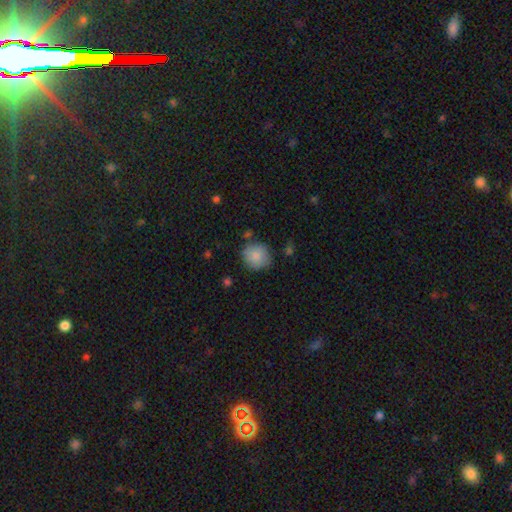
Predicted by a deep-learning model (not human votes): Smooth or featured?
  - smooth: 87% *
  - star or artifact: 7%
  - featured or disk: 6%
How rounded?
  - round: 88% *
  - in between: 11%
  - cigar-shaped: 1%
Merging?
  - none: 78% *
  - minor disturbance: 15%
  - major disturbance: 4%
  - merger: 4%